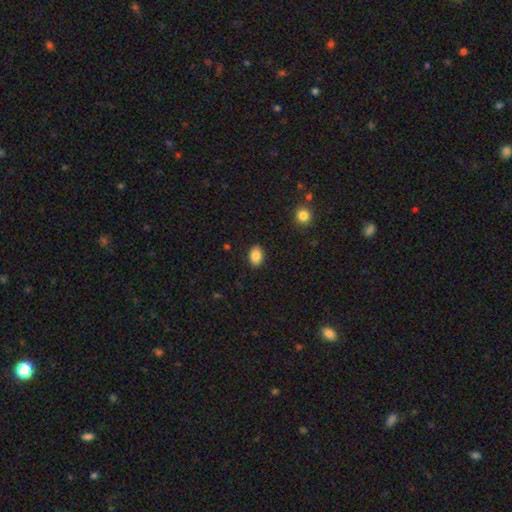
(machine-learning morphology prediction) smooth 87%, star or artifact 8%, featured or disk 5%. Down the decision tree: how rounded — in between (87%); merging — none (89%).